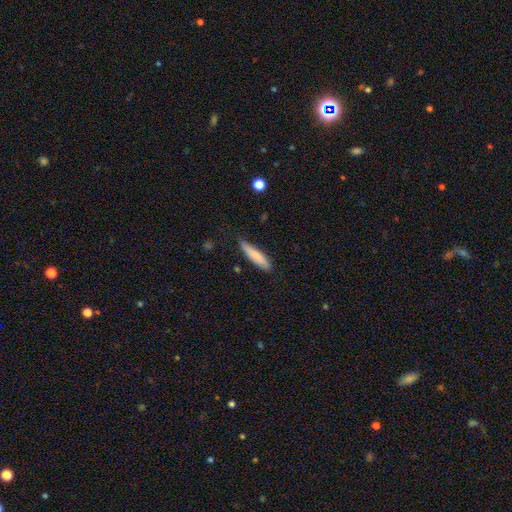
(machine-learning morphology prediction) Smooth or featured: smooth — 81% (featured or disk — 13%)
How rounded: cigar-shaped — 83% (in between — 15%)
Merging: none — 79% (minor disturbance — 17%)